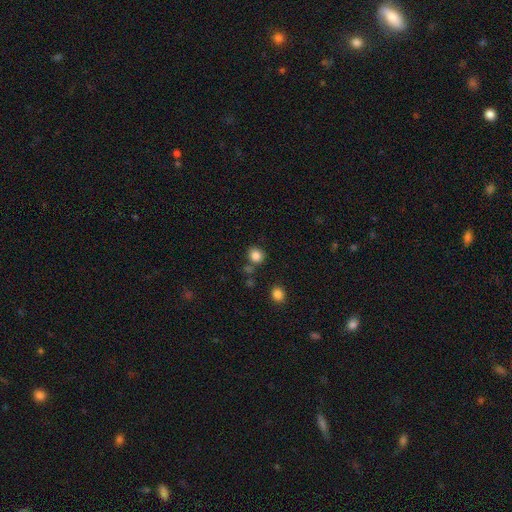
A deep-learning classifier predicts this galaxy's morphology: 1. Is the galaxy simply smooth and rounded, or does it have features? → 84% smooth, 11% star or artifact, 4% featured or disk.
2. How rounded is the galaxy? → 81% round, 18% in between, 1% cigar-shaped.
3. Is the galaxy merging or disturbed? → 76% none, 12% minor disturbance, 8% merger, 4% major disturbance.